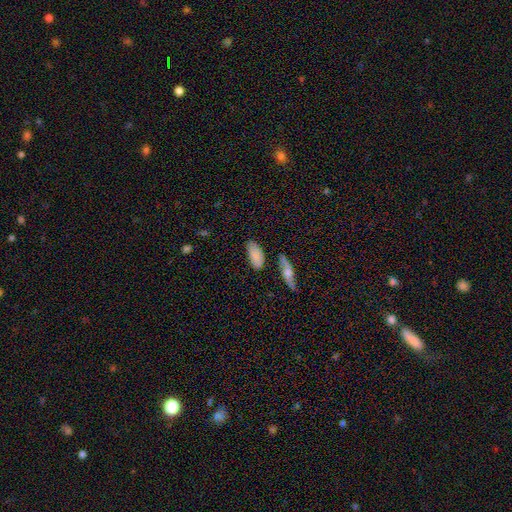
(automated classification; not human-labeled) Smooth or featured? Predicted: smooth (p=0.81). How rounded? Predicted: in between (p=0.91). Merging? Predicted: none (p=0.71).